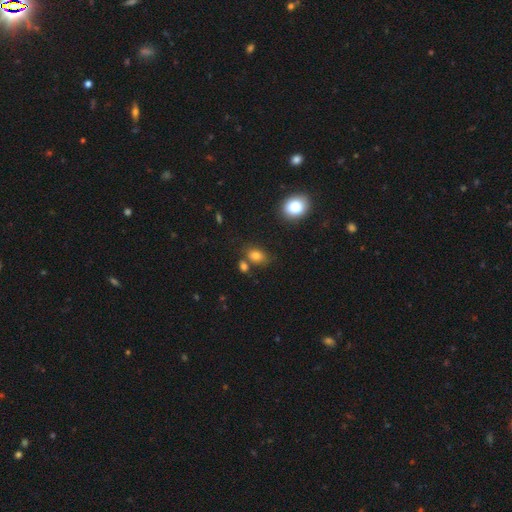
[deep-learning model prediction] smooth-or-featured: smooth: 80% | star or artifact: 12% | featured or disk: 8%
  how-rounded: in between: 75% | round: 23% | cigar-shaped: 2%
  merging: none: 65% | merger: 17% | minor disturbance: 14% | major disturbance: 4%